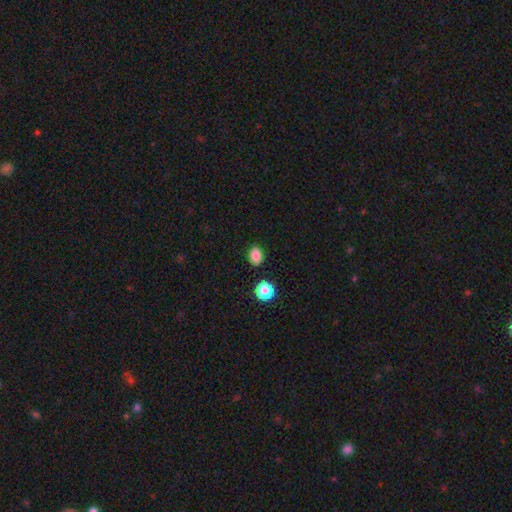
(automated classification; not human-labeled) This appears to be a smooth galaxy with no disk features (84%) that is in between round and cigar-shaped (63%). Merging: none (85%).